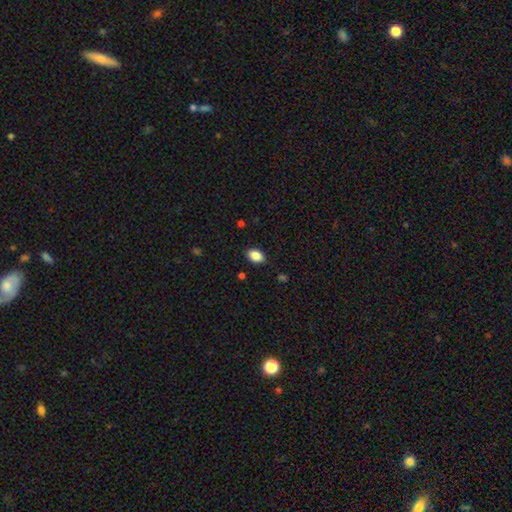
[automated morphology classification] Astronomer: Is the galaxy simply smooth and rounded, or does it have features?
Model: smooth — 87%.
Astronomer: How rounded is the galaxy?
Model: in between — 83%.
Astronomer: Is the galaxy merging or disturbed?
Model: none — 88%.